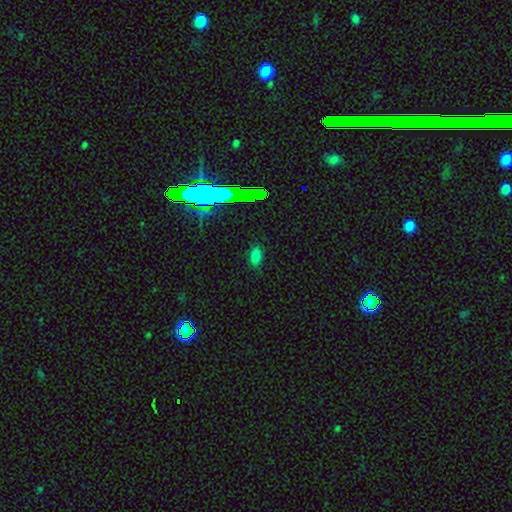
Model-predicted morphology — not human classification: Smooth or featured? smooth (74%)
How rounded? in between (88%)
Merging? none (82%)